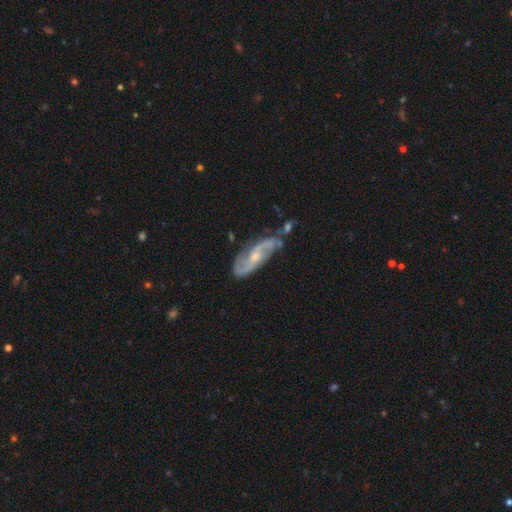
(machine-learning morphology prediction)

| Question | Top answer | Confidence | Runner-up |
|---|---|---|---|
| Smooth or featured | featured or disk | 84% | smooth (10%) |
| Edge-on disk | no | 90% | yes (10%) |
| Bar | no | 48% | weak (41%) |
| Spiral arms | yes | 96% | no (4%) |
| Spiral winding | medium | 47% | loose (33%) |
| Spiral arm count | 2 | 86% | can't tell (6%) |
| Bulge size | small | 55% | moderate (40%) |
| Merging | none | 60% | minor disturbance (22%) |